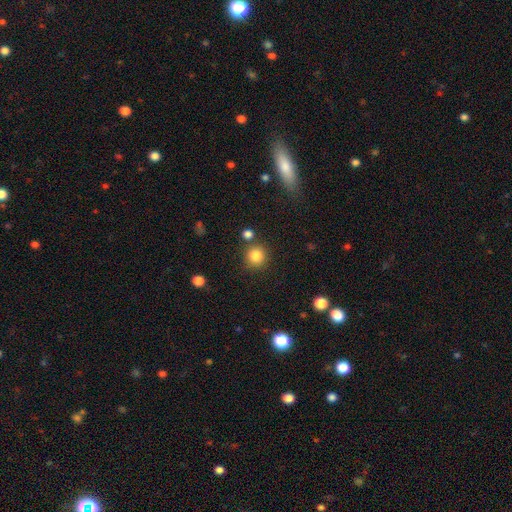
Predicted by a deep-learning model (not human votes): This is clearly a smooth galaxy (84%). How rounded: clearly round (92%). Merging: clearly none (81%).